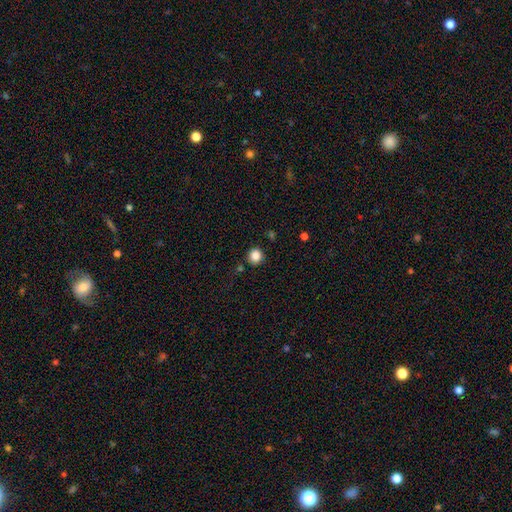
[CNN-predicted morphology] The model was most divided on "smooth or featured": smooth: 85%, star or artifact: 11%, featured or disk: 4%. More confident: how rounded — round (89%); merging — none (88%).